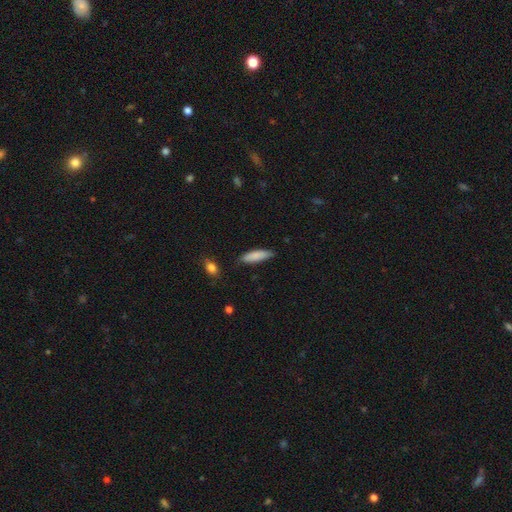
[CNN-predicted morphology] Smooth or featured? Predicted: smooth (p=0.85). How rounded? Predicted: cigar-shaped (p=0.59). Merging? Predicted: none (p=0.80).